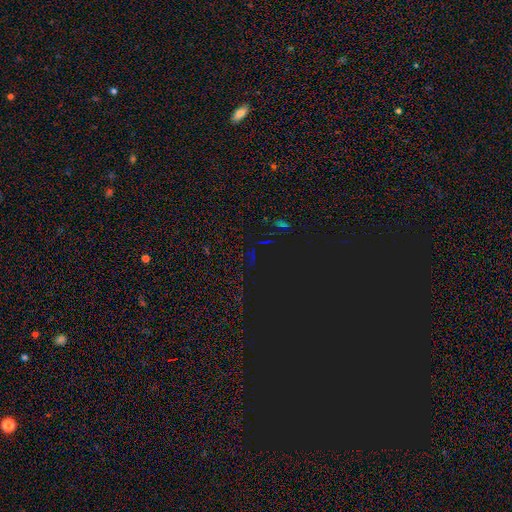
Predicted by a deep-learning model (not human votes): Overall: star or artifact (80%).